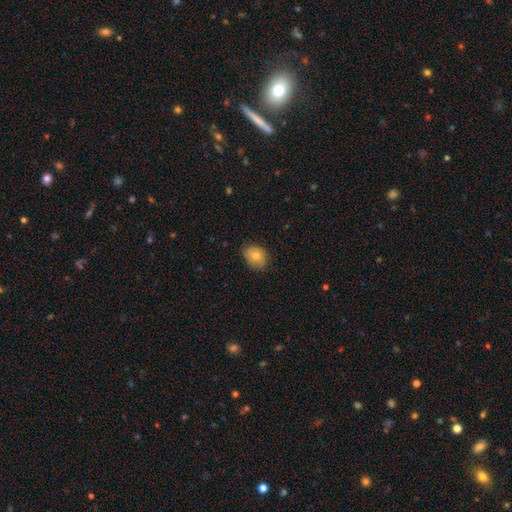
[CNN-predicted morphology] The model was most divided on "how rounded": in between: 51%, round: 48%, cigar-shaped: 1%. More confident: smooth or featured — smooth (77%); merging — none (76%).